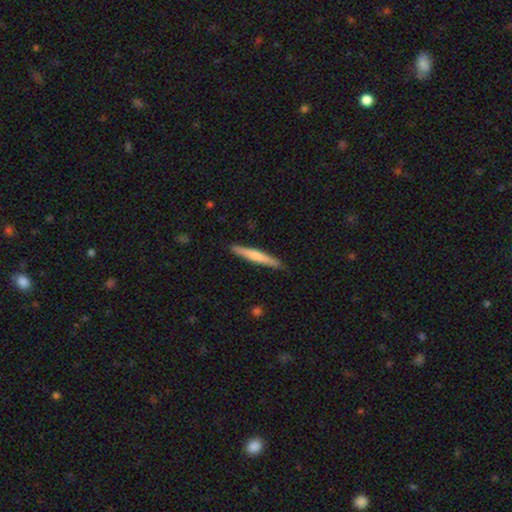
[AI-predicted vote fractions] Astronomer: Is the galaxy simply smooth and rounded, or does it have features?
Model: smooth — 61%.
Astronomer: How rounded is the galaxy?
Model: cigar-shaped — 95%.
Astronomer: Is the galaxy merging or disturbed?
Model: none — 90%.